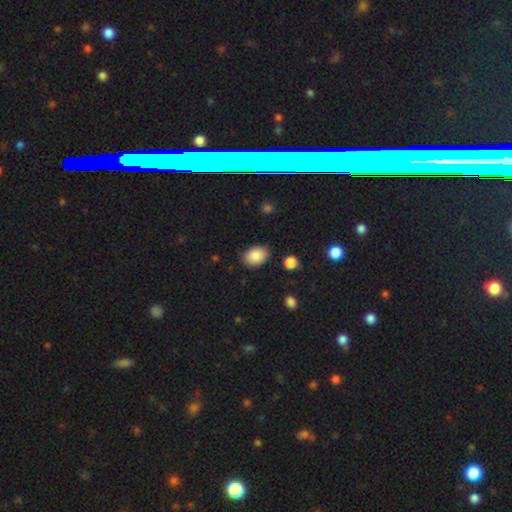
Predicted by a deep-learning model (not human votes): Smooth or featured? Predicted: smooth (p=0.87). How rounded? Predicted: in between (p=0.77). Merging? Predicted: none (p=0.84).